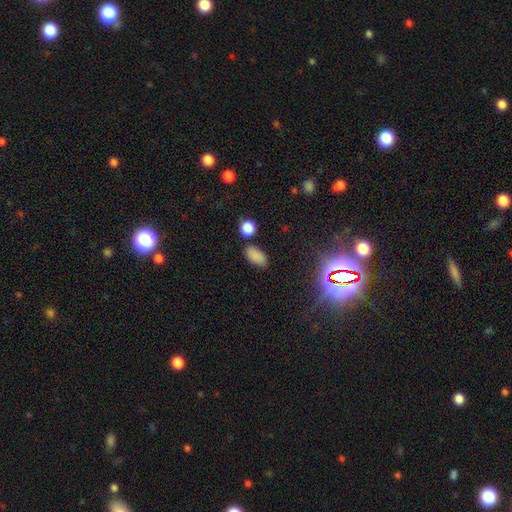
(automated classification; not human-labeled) Q: Smooth or featured?
A: smooth (82%); runner-up: star or artifact (13%)
Q: How rounded?
A: in between (90%); runner-up: round (6%)
Q: Merging?
A: none (77%); runner-up: minor disturbance (13%)